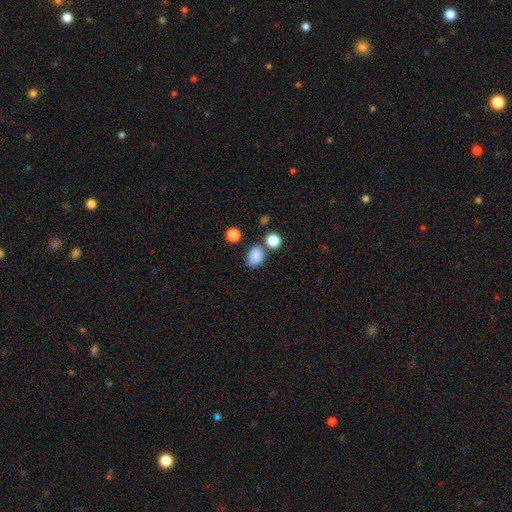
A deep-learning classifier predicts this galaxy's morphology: A smooth galaxy with no disk features (85%) that is in between round and cigar-shaped (63%). Merging: none (68%).